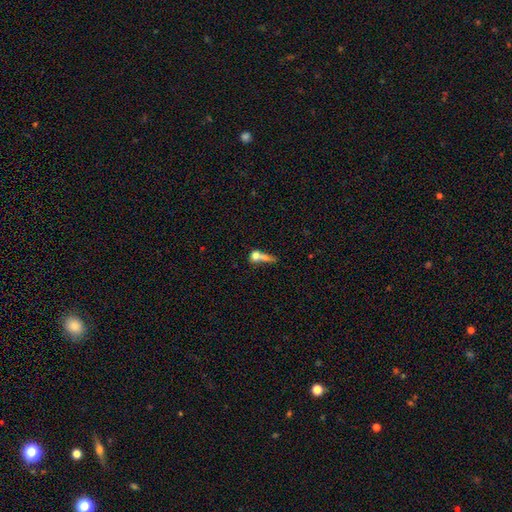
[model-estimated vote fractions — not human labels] Smooth or featured?
  - smooth: 63% *
  - featured or disk: 24%
  - star or artifact: 13%
How rounded?
  - round: 40% *
  - in between: 34%
  - cigar-shaped: 27%
Merging?
  - merger: 45% *
  - none: 25%
  - major disturbance: 19%
  - minor disturbance: 11%